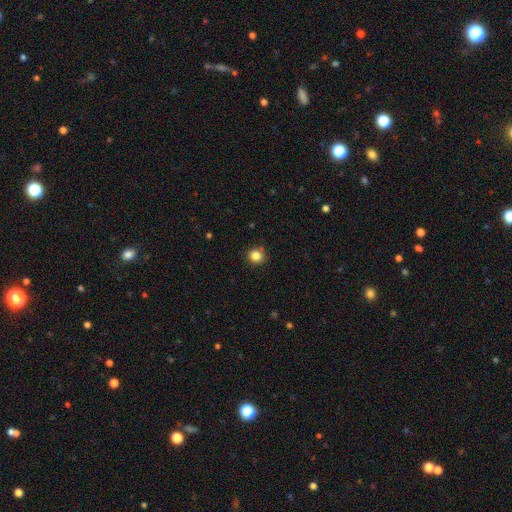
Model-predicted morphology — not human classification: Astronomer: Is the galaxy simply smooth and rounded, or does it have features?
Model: smooth — 84%.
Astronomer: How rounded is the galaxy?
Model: round — 91%.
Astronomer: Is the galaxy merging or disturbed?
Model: none — 87%.